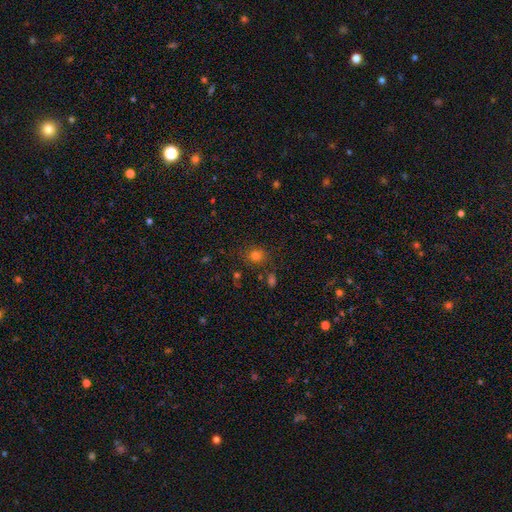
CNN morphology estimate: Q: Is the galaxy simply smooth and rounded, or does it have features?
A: smooth — 76%.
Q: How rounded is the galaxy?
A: round — 77%.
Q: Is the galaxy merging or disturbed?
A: none — 81%.